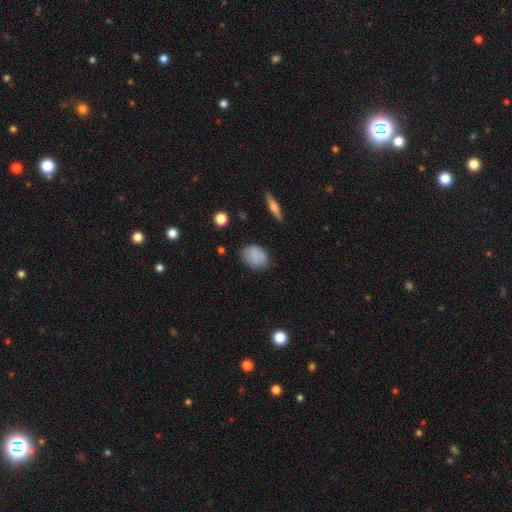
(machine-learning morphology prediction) smooth 80%, featured or disk 11%, star or artifact 8%. Down the decision tree: how rounded — in between (63%); merging — none (74%).